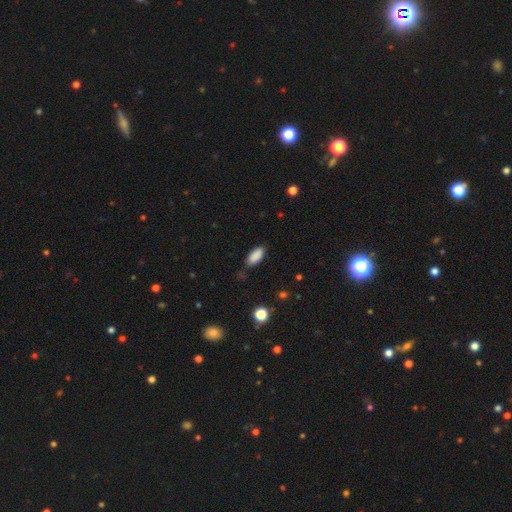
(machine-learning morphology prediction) Smooth or featured?
  - smooth: 89% *
  - star or artifact: 7%
  - featured or disk: 4%
How rounded?
  - in between: 88% *
  - cigar-shaped: 10%
  - round: 2%
Merging?
  - none: 80% *
  - minor disturbance: 15%
  - major disturbance: 3%
  - merger: 2%